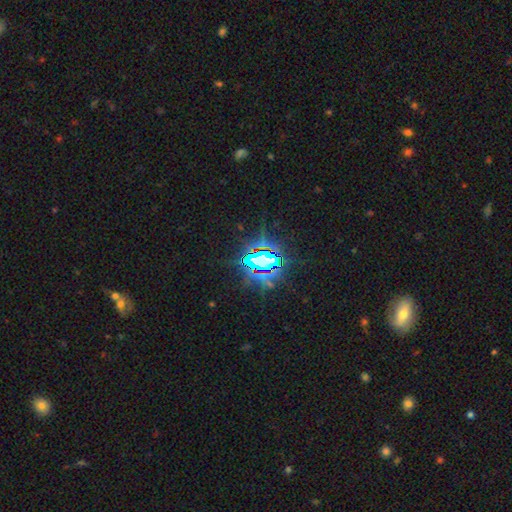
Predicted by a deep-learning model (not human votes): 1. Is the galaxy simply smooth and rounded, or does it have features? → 79% star or artifact, 11% featured or disk, 10% smooth.